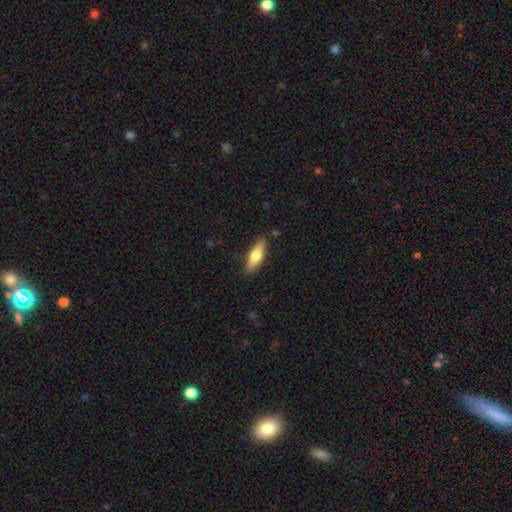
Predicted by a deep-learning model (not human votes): This is likely a smooth galaxy (63%). How rounded: possibly cigar-shaped (50%). Merging: clearly none (84%).